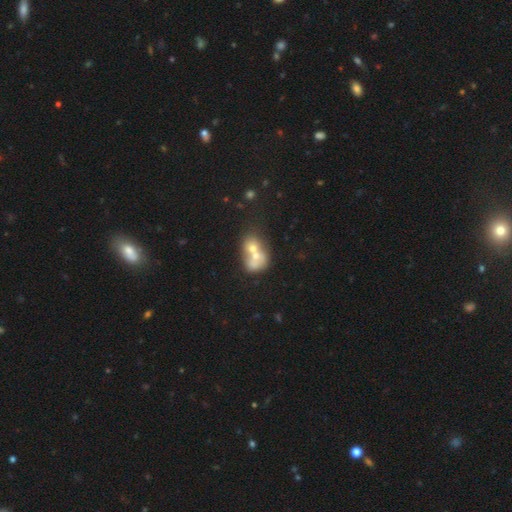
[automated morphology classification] Overall: smooth (56%; featured or disk 33%). How rounded: in between (50%; round 48%). Merging: merger (76%).